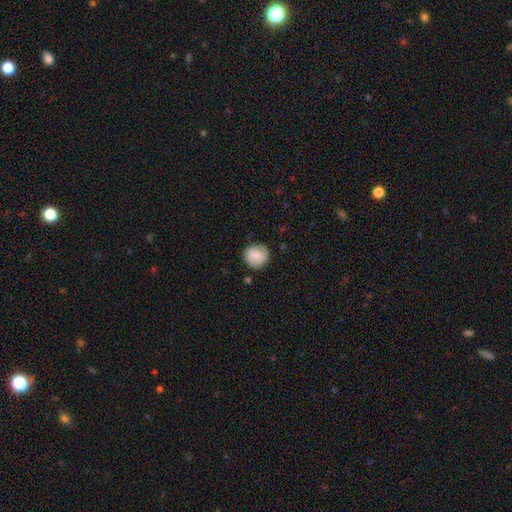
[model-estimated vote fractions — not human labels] Q: Smooth or featured?
A: smooth (73%); runner-up: featured or disk (20%)
Q: How rounded?
A: round (92%); runner-up: in between (7%)
Q: Merging?
A: none (83%); runner-up: minor disturbance (12%)